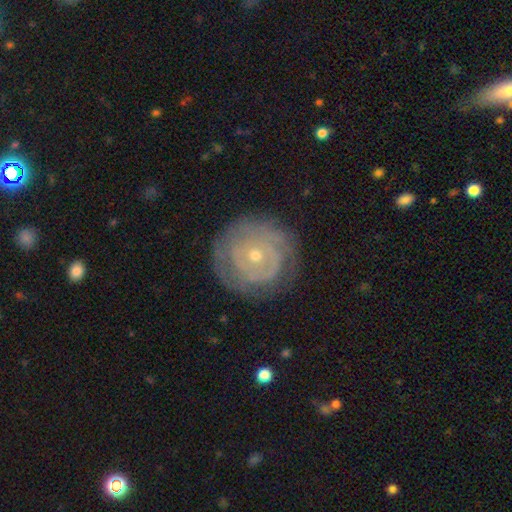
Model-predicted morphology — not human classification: smooth_or_featured: featured or disk (p=0.74) [alt: smooth p=0.20]
disk_edge_on: no (p=0.97) [alt: yes p=0.03]
bar: no (p=0.82) [alt: weak p=0.15]
has_spiral_arms: yes (p=0.77) [alt: no p=0.23]
spiral_winding: tight (p=0.77) [alt: medium p=0.16]
spiral_arm_count: can't tell (p=0.48) [alt: 2 p=0.20]
bulge_size: small (p=0.67) [alt: moderate p=0.30]
merging: none (p=0.74) [alt: minor disturbance p=0.17]